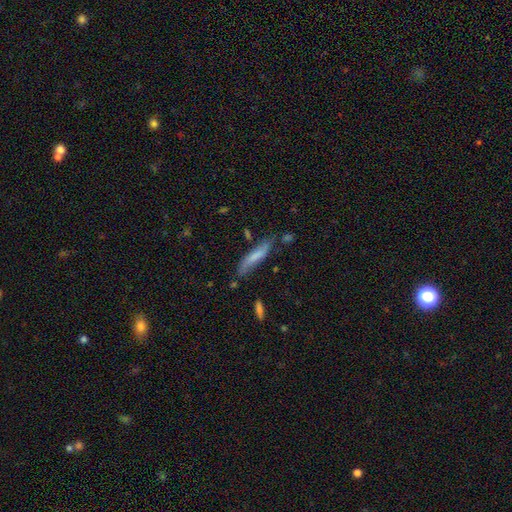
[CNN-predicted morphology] Smooth or featured?
  - smooth: 66% *
  - featured or disk: 27%
  - star or artifact: 7%
How rounded?
  - cigar-shaped: 84% *
  - in between: 14%
  - round: 2%
Merging?
  - none: 66% *
  - minor disturbance: 23%
  - major disturbance: 6%
  - merger: 5%